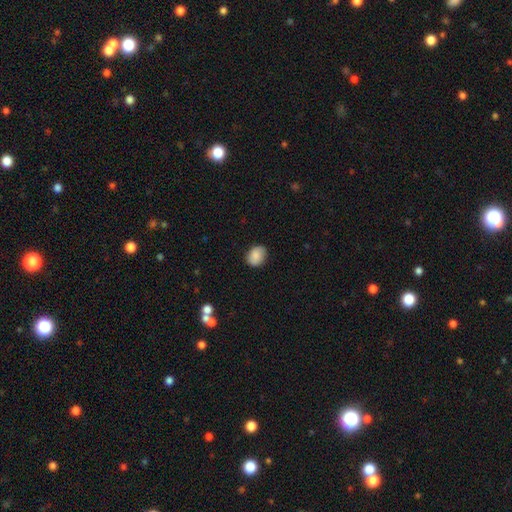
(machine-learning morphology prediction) smooth-or-featured: smooth: 85% | featured or disk: 8% | star or artifact: 7%
  how-rounded: in between: 58% | round: 41% | cigar-shaped: 1%
  merging: none: 84% | minor disturbance: 12% | major disturbance: 3% | merger: 1%